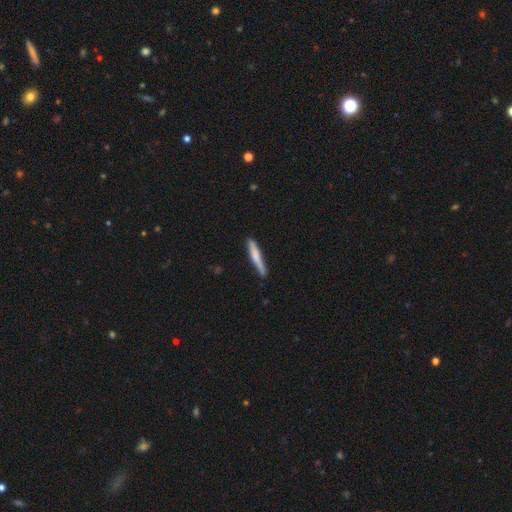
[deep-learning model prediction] The model was most divided on "smooth or featured": smooth: 65%, featured or disk: 30%, star or artifact: 5%. More confident: how rounded — cigar-shaped (95%); merging — none (81%).